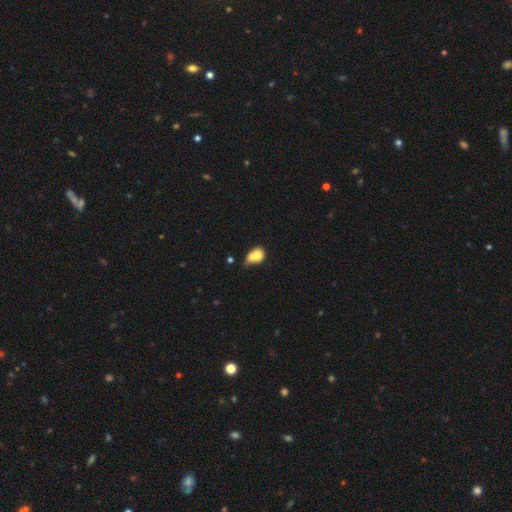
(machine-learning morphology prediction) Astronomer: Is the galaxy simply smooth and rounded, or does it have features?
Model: smooth — 71%.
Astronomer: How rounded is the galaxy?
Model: in between — 56% (runner-up: round, 42%).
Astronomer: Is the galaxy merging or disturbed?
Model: merger — 63%.